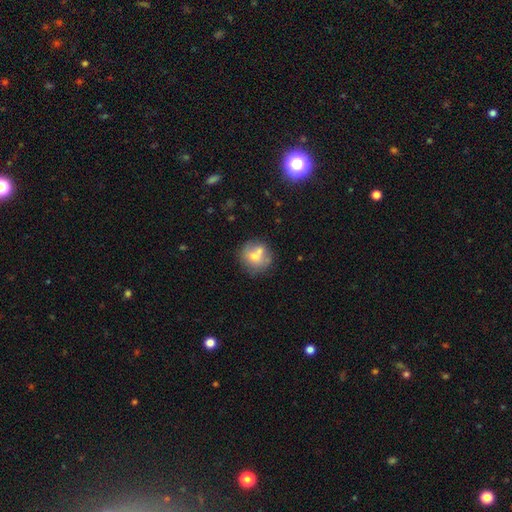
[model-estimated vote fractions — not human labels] smooth-or-featured: smooth: 61% | featured or disk: 30% | star or artifact: 9%
  how-rounded: round: 86% | in between: 13% | cigar-shaped: 1%
  merging: none: 54% | merger: 26% | minor disturbance: 14% | major disturbance: 6%